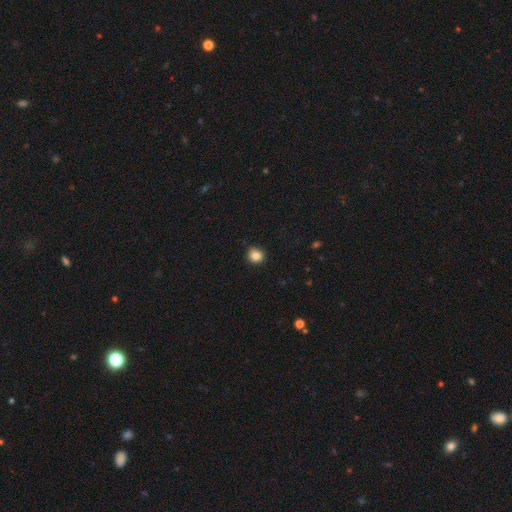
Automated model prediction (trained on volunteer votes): This is clearly a smooth galaxy (84%). How rounded: clearly round (86%). Merging: clearly none (81%).